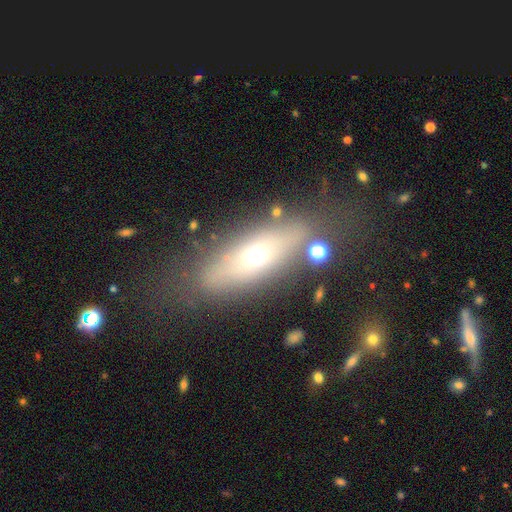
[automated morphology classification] Q: Smooth or featured?
A: smooth (48%); runner-up: featured or disk (41%)
Q: Merging?
A: none (74%); runner-up: minor disturbance (15%)